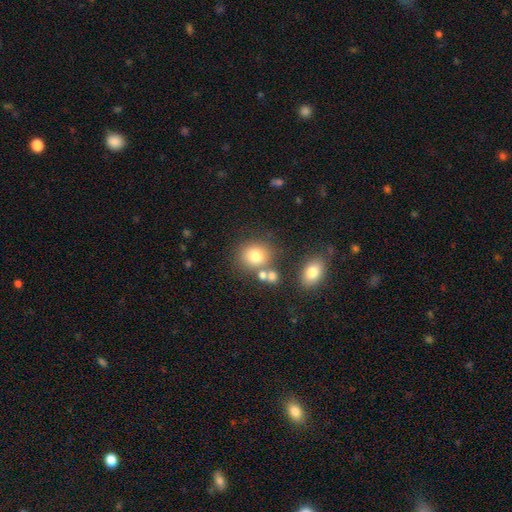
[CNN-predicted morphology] Overall: smooth (77%). How rounded: round (76%). Merging: none (66%).